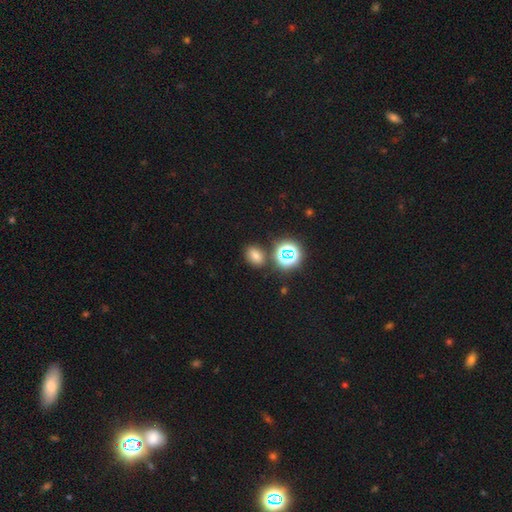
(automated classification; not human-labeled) This is likely a smooth galaxy (66%). How rounded: likely in between (64%). Merging: likely none (79%).